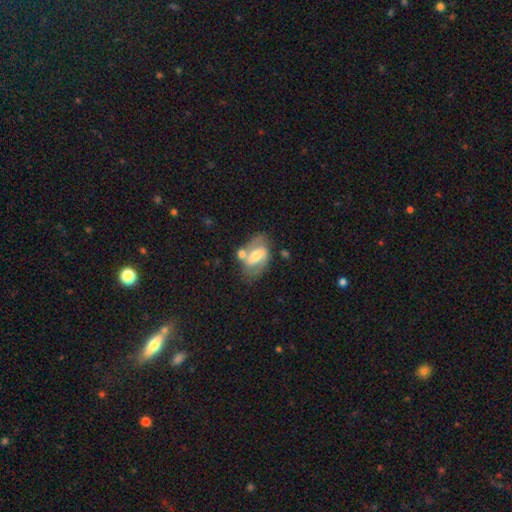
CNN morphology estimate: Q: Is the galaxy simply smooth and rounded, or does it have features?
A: featured or disk — 62%.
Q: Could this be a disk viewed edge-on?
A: no — 94%.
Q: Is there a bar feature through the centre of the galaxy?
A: strong — 44%.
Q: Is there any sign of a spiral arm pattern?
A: yes — 70%.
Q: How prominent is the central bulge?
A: moderate — 60%.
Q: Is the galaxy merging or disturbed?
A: none — 53%.